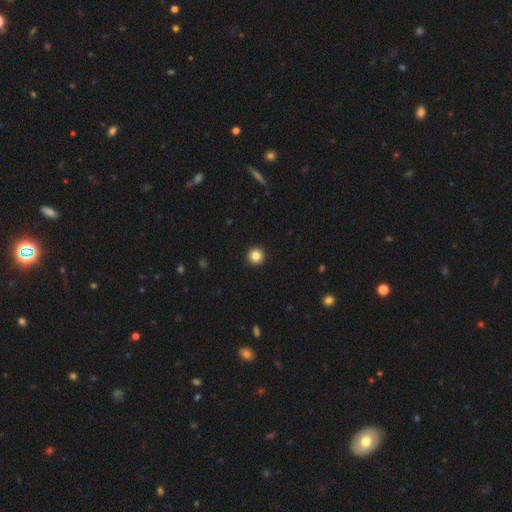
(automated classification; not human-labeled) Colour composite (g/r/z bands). It shows a smooth galaxy with no disk features (84%) that is round (96%). Merging: none (94%).